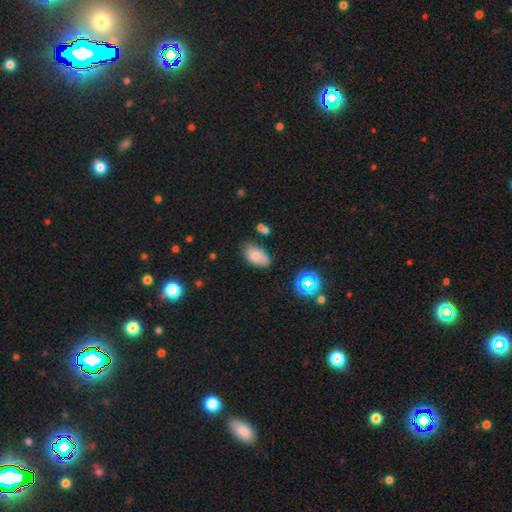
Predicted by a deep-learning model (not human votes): Smooth or featured?
  - smooth: 74% *
  - featured or disk: 14%
  - star or artifact: 12%
How rounded?
  - in between: 91% *
  - round: 6%
  - cigar-shaped: 2%
Merging?
  - none: 67% *
  - minor disturbance: 22%
  - merger: 5%
  - major disturbance: 5%